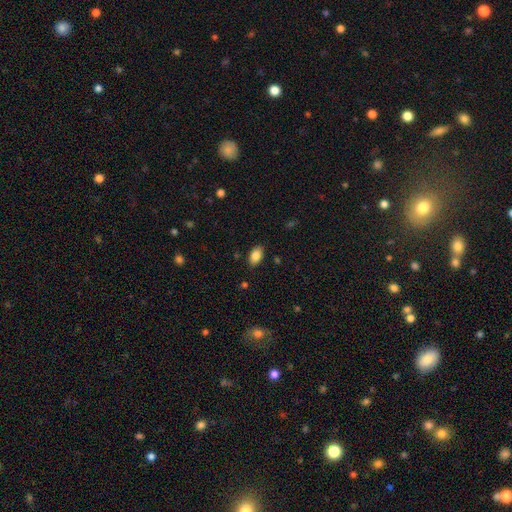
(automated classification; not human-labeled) This is clearly a smooth galaxy (86%). How rounded: clearly in between (91%). Merging: clearly none (86%).